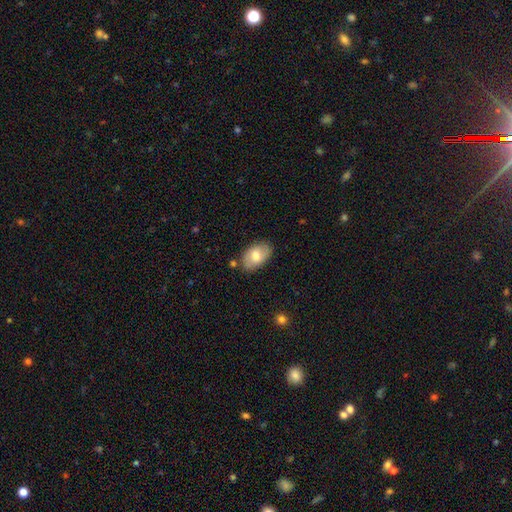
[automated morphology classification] smooth-or-featured: smooth: 70% | featured or disk: 24% | star or artifact: 6%
  how-rounded: in between: 92% | round: 7% | cigar-shaped: 1%
  merging: none: 78% | minor disturbance: 15% | merger: 3% | major disturbance: 3%